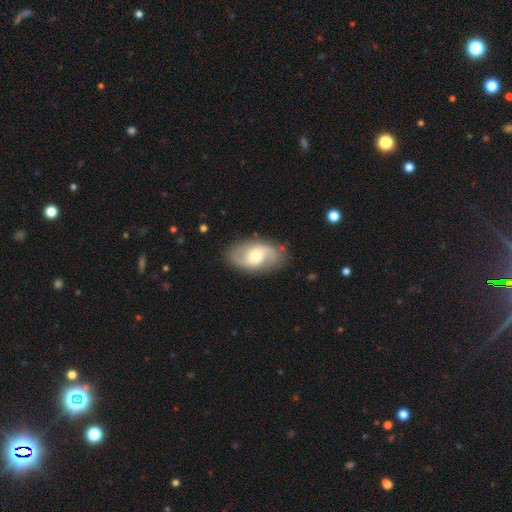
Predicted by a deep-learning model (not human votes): A featured or disk galaxy (70%) with no bar (52%), 2 (89%) loose (43%) spiral arms (87%) and a moderate central bulge (65%). Merging: none (83%).